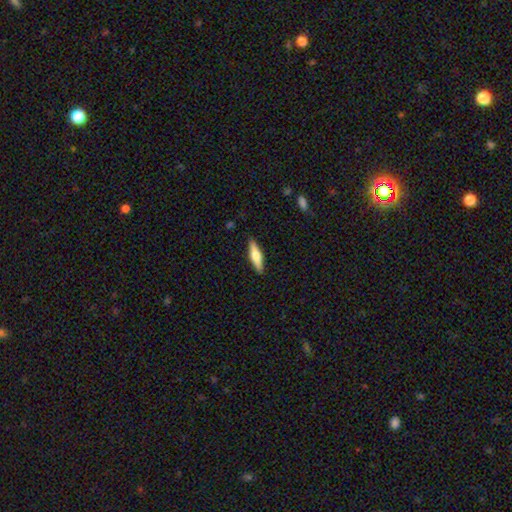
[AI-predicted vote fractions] smooth_or_featured: smooth (p=0.53) [alt: featured or disk p=0.41]
how_rounded: cigar-shaped (p=0.65) [alt: in between p=0.33]
merging: none (p=0.89) [alt: minor disturbance p=0.08]